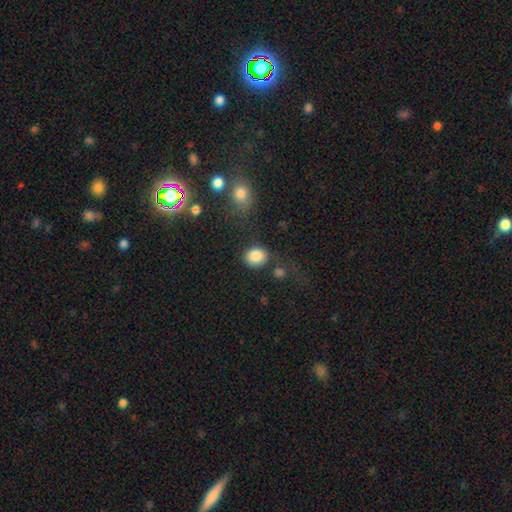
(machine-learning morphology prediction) smooth-or-featured: smooth: 86% | star or artifact: 9% | featured or disk: 5%
  how-rounded: round: 71% | in between: 28% | cigar-shaped: 1%
  merging: none: 75% | minor disturbance: 12% | merger: 7% | major disturbance: 5%